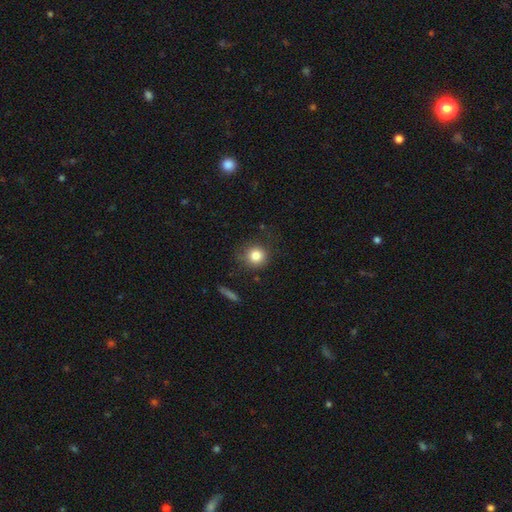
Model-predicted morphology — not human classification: smooth-or-featured: smooth: 82% | star or artifact: 11% | featured or disk: 7%
  how-rounded: round: 91% | in between: 8% | cigar-shaped: 1%
  merging: none: 77% | minor disturbance: 15% | major disturbance: 6% | merger: 2%